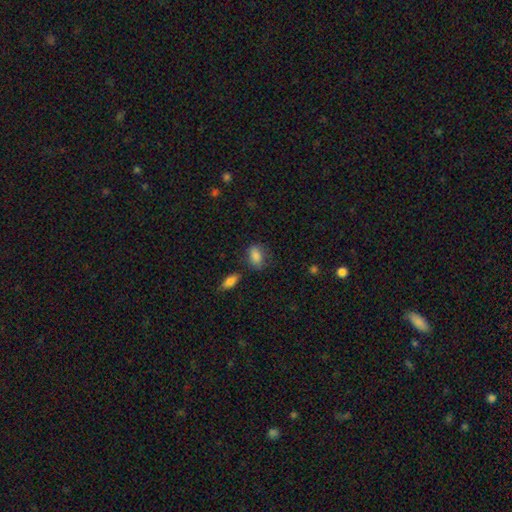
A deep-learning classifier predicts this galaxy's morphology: Smooth or featured? Predicted: smooth (p=0.84). How rounded? Predicted: in between (p=0.83). Merging? Predicted: none (p=0.67).